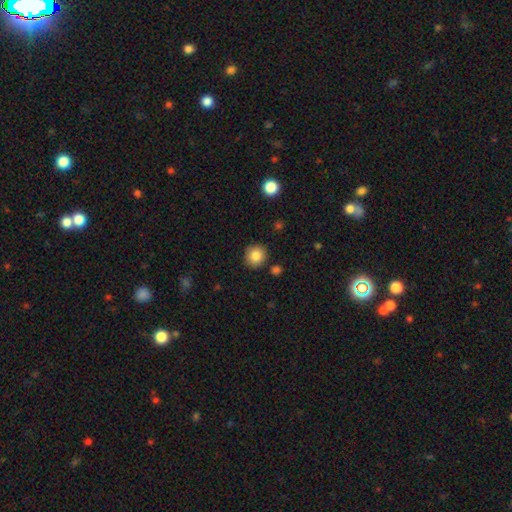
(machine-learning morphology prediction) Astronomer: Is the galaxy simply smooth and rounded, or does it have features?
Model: smooth — 84%.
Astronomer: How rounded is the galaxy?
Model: round — 90%.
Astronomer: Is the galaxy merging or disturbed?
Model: none — 88%.